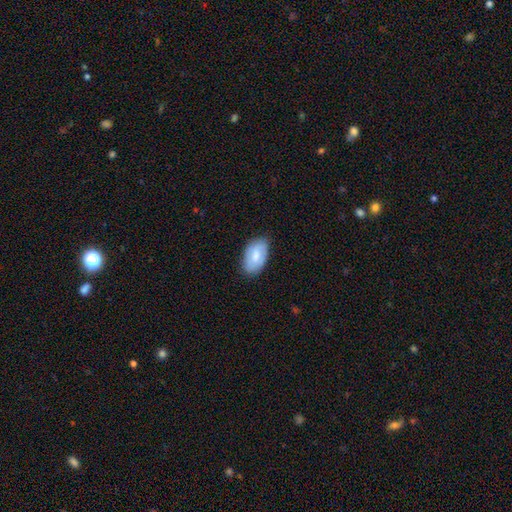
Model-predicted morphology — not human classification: This appears to be a smooth galaxy with no disk features (70%) that is in between round and cigar-shaped (94%). Merging: none (79%).